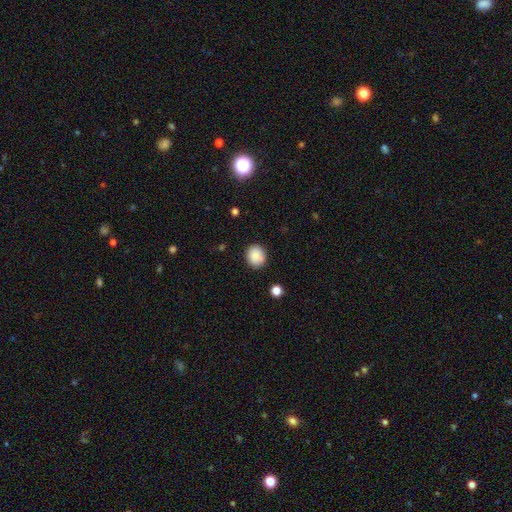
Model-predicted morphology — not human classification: The model was most divided on "how rounded": round: 78%, in between: 21%, cigar-shaped: 1%. More confident: smooth or featured — smooth (87%); merging — none (86%).